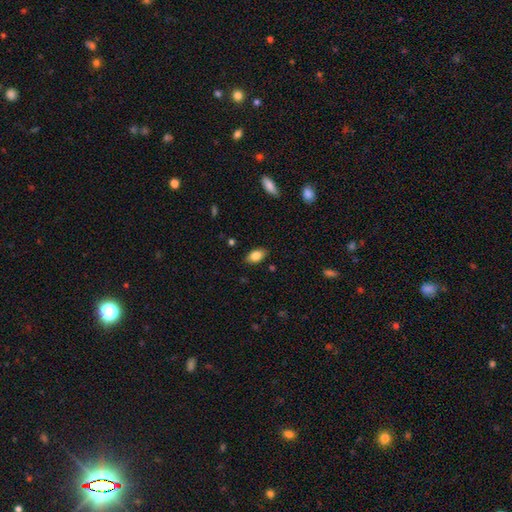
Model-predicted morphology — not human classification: Smooth or featured? Predicted: smooth (p=0.83). How rounded? Predicted: in between (p=0.90). Merging? Predicted: none (p=0.86).